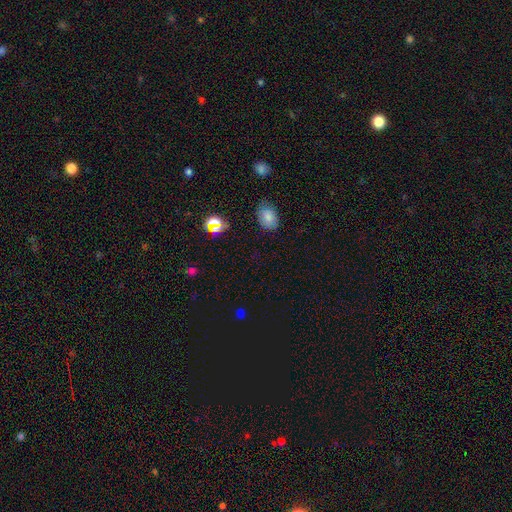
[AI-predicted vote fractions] smooth 49%, star or artifact 43%, featured or disk 9%. Down the decision tree: merging — none (81%).